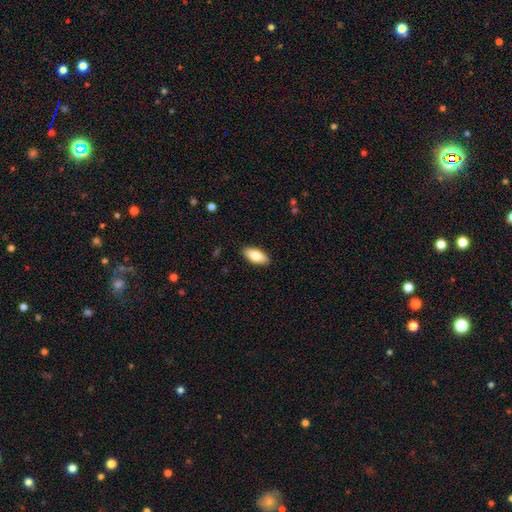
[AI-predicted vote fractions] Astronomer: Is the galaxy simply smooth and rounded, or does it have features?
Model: smooth — 79%.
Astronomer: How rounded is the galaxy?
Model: in between — 89%.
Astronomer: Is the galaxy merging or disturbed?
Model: none — 89%.